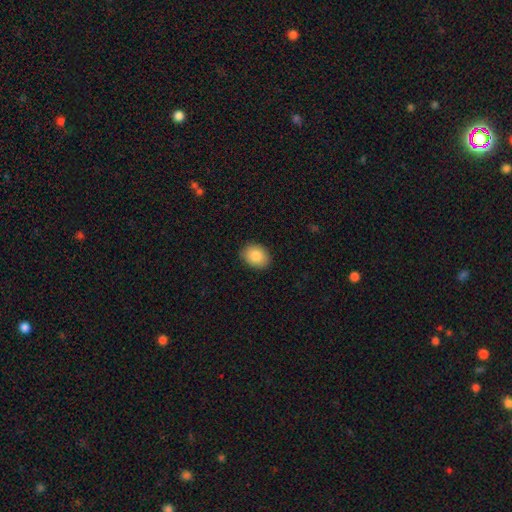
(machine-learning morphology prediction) A smooth galaxy with no disk features (85%) that is in between round and cigar-shaped (62%).

Vote fractions:
- Smooth or featured? smooth: 85% / star or artifact: 7% / featured or disk: 7%
- How rounded? in between: 62% / round: 37% / cigar-shaped: 1%
- Merging? none: 89% / minor disturbance: 9% / major disturbance: 2% / merger: 1%